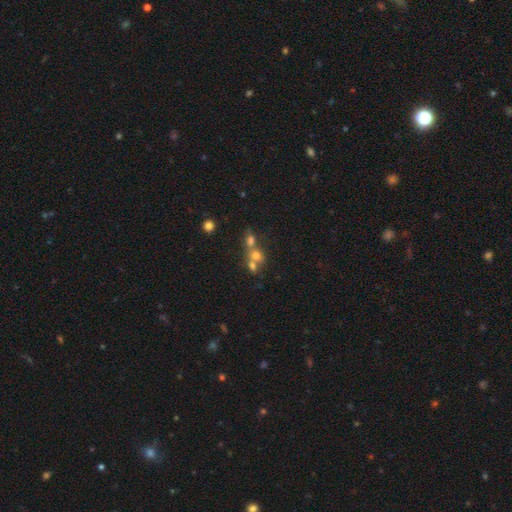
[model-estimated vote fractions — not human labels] Smooth or featured? smooth (63%)
How rounded? round (67%)
Merging? merger (61%)